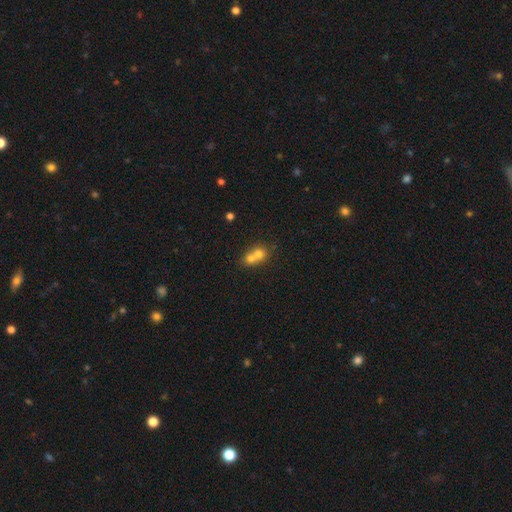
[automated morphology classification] Smooth or featured?
  - smooth: 70% *
  - featured or disk: 19%
  - star or artifact: 11%
How rounded?
  - round: 74% *
  - in between: 25%
  - cigar-shaped: 1%
Merging?
  - merger: 69% *
  - none: 24%
  - minor disturbance: 5%
  - major disturbance: 2%